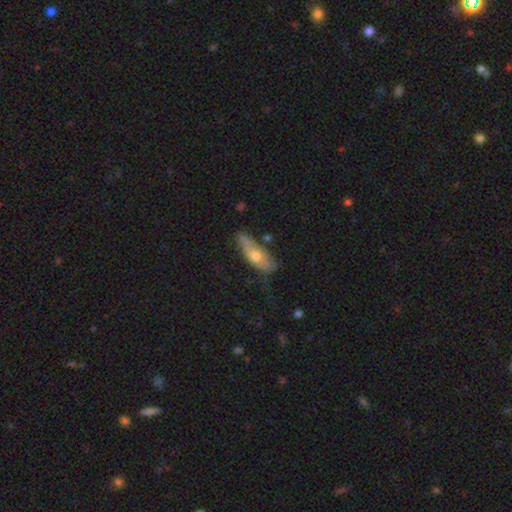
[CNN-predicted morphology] Smooth or featured?
  - smooth: 57% *
  - featured or disk: 36%
  - star or artifact: 7%
How rounded?
  - in between: 52% *
  - cigar-shaped: 45%
  - round: 3%
Merging?
  - none: 51% *
  - minor disturbance: 33%
  - major disturbance: 12%
  - merger: 5%